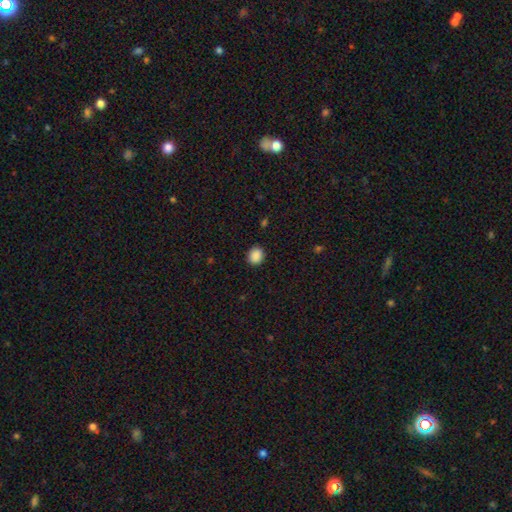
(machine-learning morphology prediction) Smooth or featured? Predicted: smooth (p=0.89). How rounded? Predicted: round (p=0.70). Merging? Predicted: none (p=0.89).